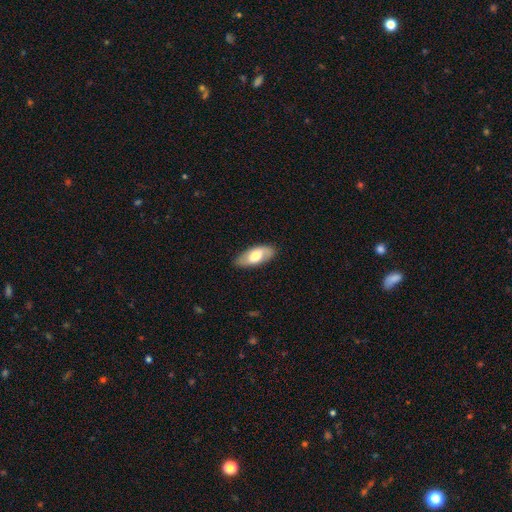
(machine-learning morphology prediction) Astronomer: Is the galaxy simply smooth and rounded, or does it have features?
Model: smooth — 60% (runner-up: featured or disk, 35%).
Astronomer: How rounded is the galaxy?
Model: in between — 88%.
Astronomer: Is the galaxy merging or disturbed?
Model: none — 83%.